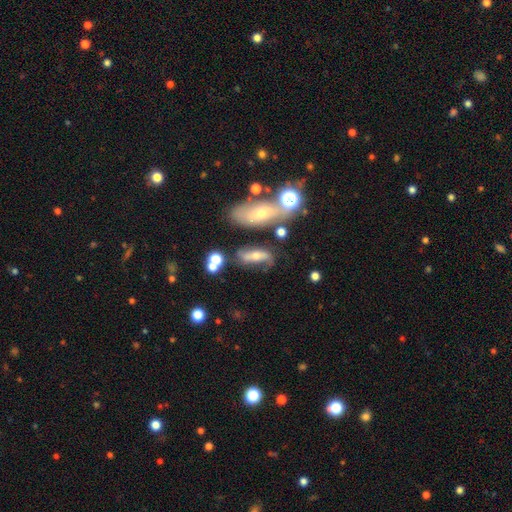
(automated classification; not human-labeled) This is possibly a featured or disk galaxy (51%). It is likely not viewed edge-on (72%). Merging: possibly none (51%).